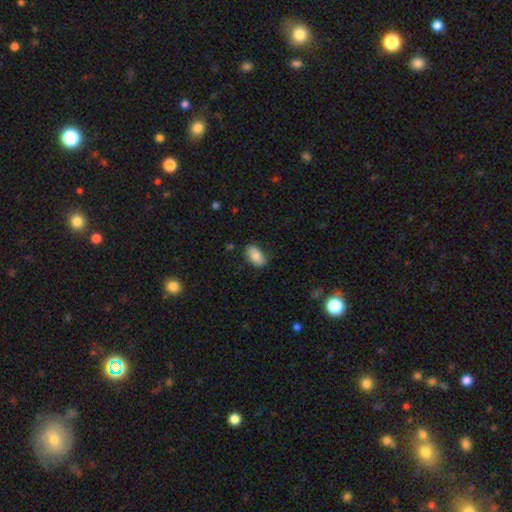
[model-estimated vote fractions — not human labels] Morphology: type=smooth (81%); roundness=in between (93%); merging=none (77%).